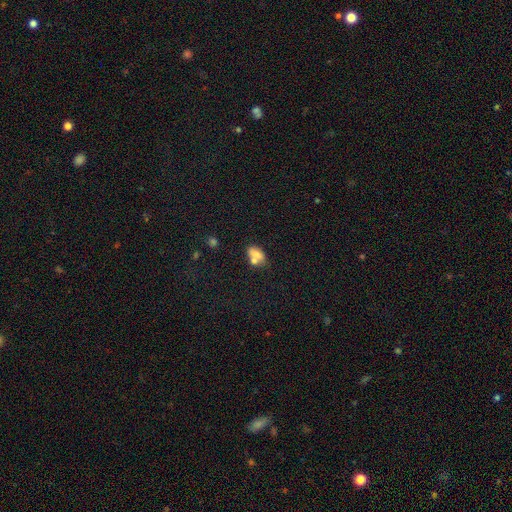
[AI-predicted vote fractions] The model was most divided on "merging": none: 46%, merger: 33%, minor disturbance: 15%, major disturbance: 6%. More confident: how rounded — in between (83%); smooth or featured — smooth (71%).